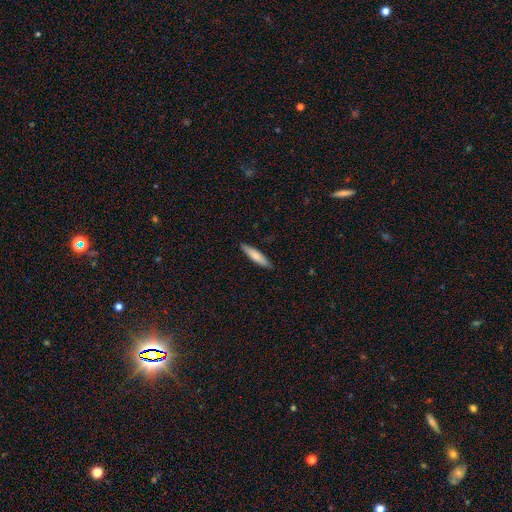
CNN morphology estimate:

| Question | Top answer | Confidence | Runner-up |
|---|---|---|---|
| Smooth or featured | smooth | 72% | featured or disk (23%) |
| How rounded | cigar-shaped | 79% | in between (19%) |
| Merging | none | 88% | minor disturbance (9%) |